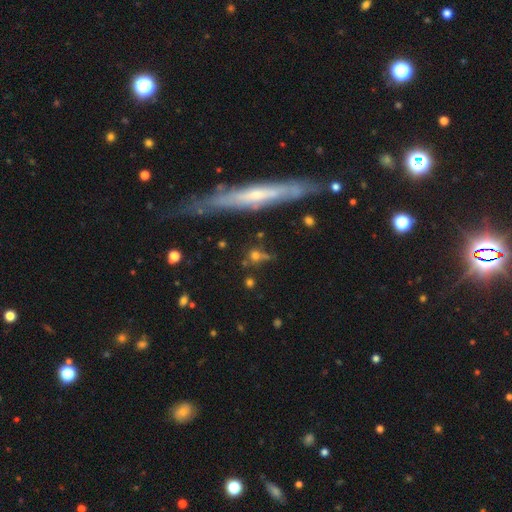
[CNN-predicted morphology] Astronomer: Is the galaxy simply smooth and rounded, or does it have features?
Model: smooth — 60%.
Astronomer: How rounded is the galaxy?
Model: round — 70%.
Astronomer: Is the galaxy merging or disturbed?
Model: none — 66%.